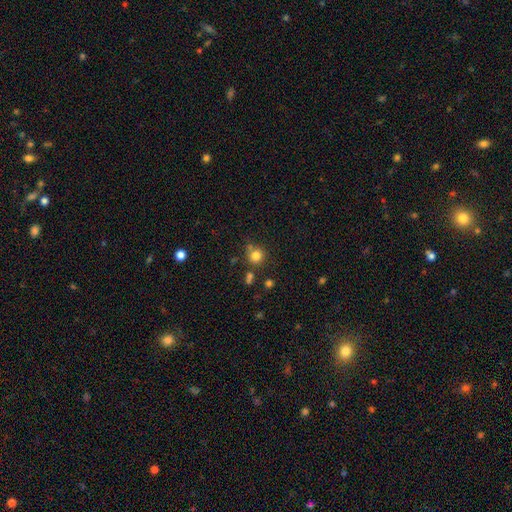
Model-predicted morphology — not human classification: Smooth or featured: smooth — 80% (star or artifact — 13%)
How rounded: round — 90% (in between — 9%)
Merging: none — 72% (merger — 13%)